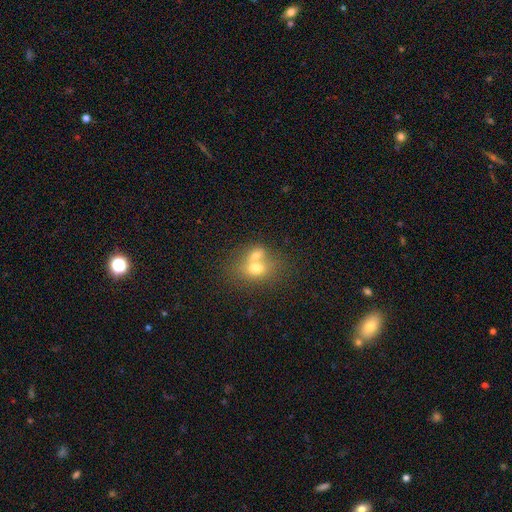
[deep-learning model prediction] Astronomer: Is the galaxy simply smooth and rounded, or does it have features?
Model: smooth — 65%.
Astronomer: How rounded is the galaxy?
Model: round — 51% (runner-up: in between, 48%).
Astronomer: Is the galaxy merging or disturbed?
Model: merger — 66%.